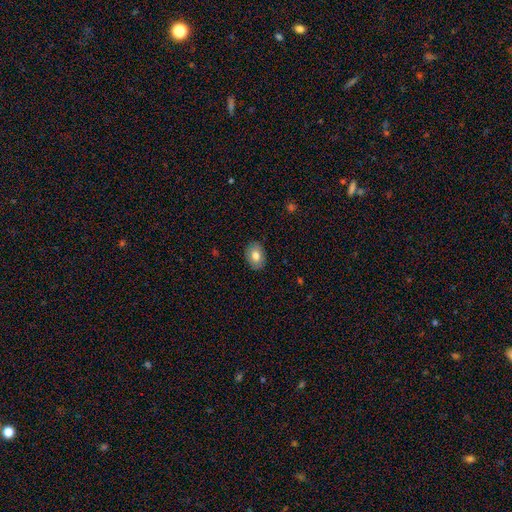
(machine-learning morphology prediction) Smooth or featured? Predicted: smooth (p=0.80). How rounded? Predicted: in between (p=0.73). Merging? Predicted: none (p=0.88).